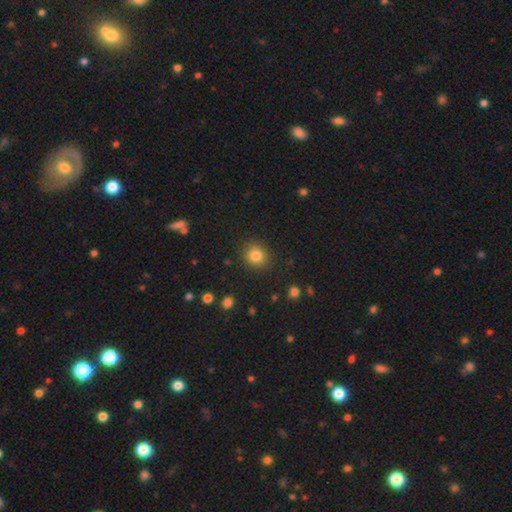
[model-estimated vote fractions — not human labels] Smooth or featured?
  - smooth: 82% *
  - star or artifact: 12%
  - featured or disk: 6%
How rounded?
  - round: 81% *
  - in between: 18%
  - cigar-shaped: 1%
Merging?
  - none: 87% *
  - minor disturbance: 8%
  - major disturbance: 3%
  - merger: 2%